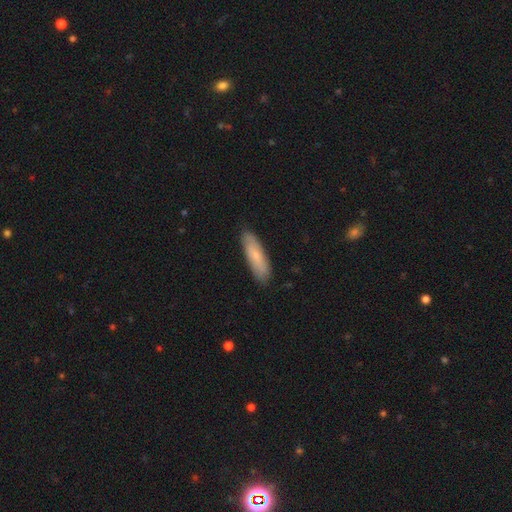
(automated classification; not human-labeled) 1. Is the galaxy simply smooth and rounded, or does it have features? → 73% smooth, 22% featured or disk, 6% star or artifact.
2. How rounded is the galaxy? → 61% cigar-shaped, 38% in between, 2% round.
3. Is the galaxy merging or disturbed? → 86% none, 11% minor disturbance, 2% major disturbance, 1% merger.